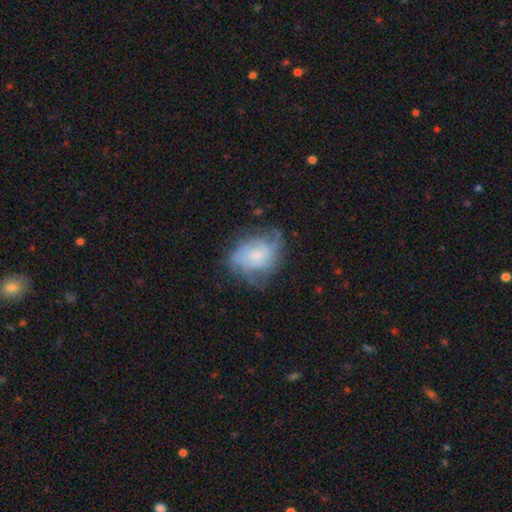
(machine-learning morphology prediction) Q: Smooth or featured?
A: featured or disk (61%); runner-up: smooth (31%)
Q: Edge-on disk?
A: no (97%); runner-up: yes (3%)
Q: Bar?
A: no (72%); runner-up: weak (24%)
Q: Spiral arms?
A: yes (81%); runner-up: no (19%)
Q: Bulge size?
A: small (40%); runner-up: moderate (29%)
Q: Merging?
A: none (53%); runner-up: minor disturbance (27%)